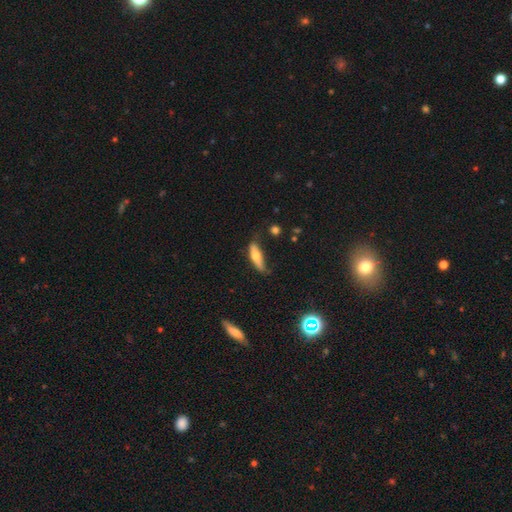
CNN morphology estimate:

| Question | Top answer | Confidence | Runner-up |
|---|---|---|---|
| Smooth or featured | smooth | 61% | featured or disk (33%) |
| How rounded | cigar-shaped | 60% | in between (38%) |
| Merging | none | 54% | minor disturbance (32%) |